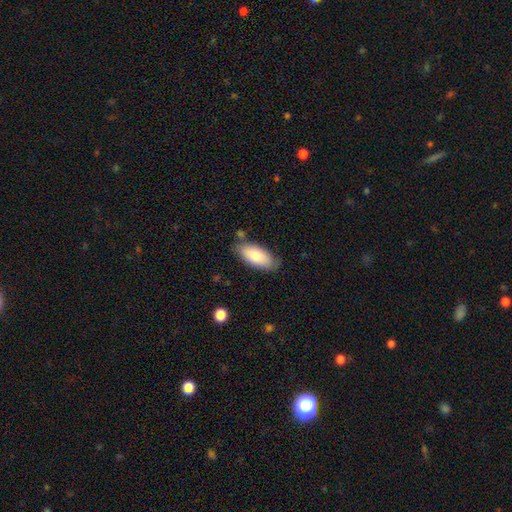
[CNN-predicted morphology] Smooth or featured: smooth — 83% (featured or disk — 11%)
How rounded: in between — 88% (cigar-shaped — 10%)
Merging: none — 75% (minor disturbance — 18%)